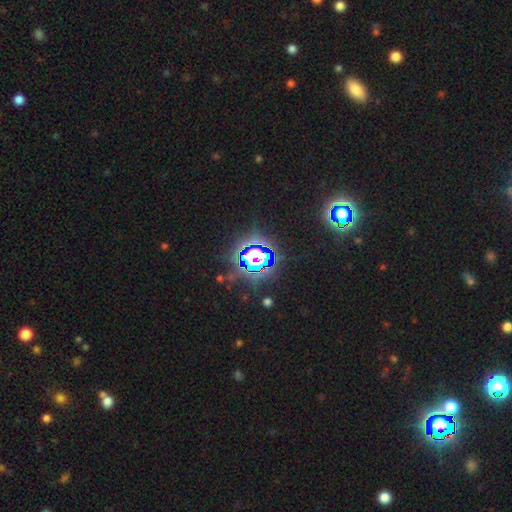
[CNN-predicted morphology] This is likely a star or artifact rather than a galaxy (79%).